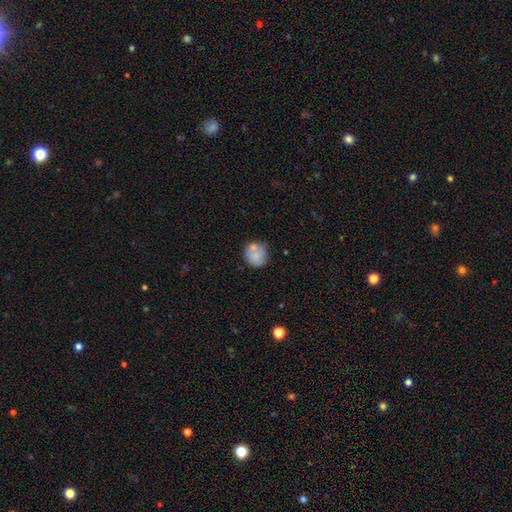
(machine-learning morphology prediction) The model was most divided on "merging": none: 61%, merger: 17%, minor disturbance: 17%, major disturbance: 5%. More confident: how rounded — round (88%); smooth or featured — smooth (75%).